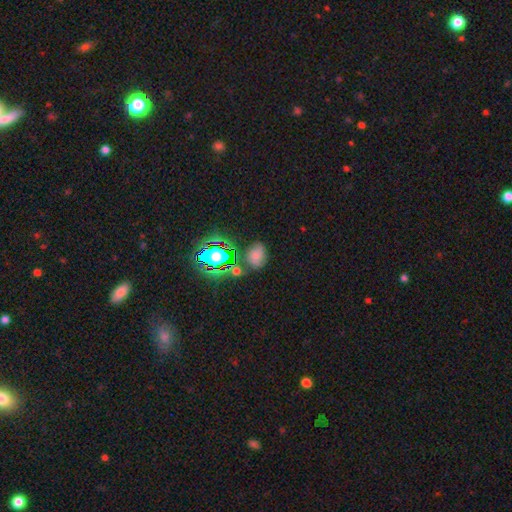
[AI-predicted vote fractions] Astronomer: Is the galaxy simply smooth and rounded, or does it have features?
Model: smooth — 54%.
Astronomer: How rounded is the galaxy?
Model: in between — 63%.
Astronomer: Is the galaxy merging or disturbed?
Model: none — 62%.